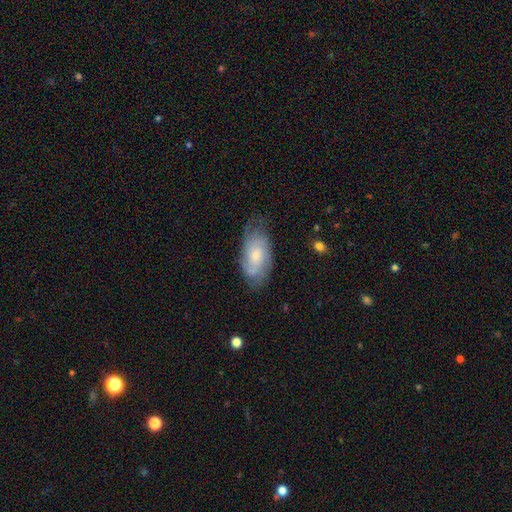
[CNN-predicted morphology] The model was most divided on "bulge size": small: 46%, moderate: 45%, large: 4%, none: 4%, dominant: 1%. More confident: edge-on disk — no (94%); spiral arms — yes (87%); bar — no (71%); merging — none (66%); smooth or featured — featured or disk (60%).